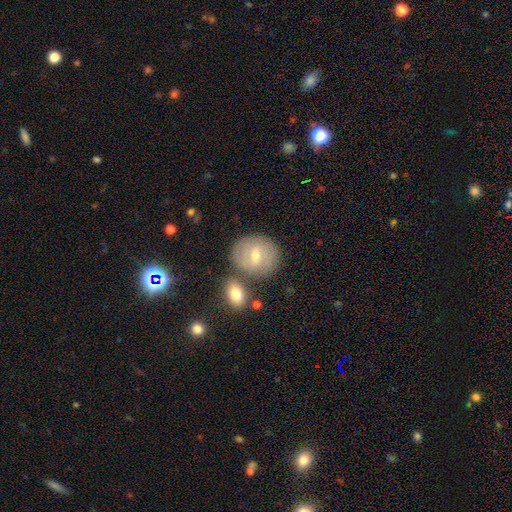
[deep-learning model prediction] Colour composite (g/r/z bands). It shows a featured or disk galaxy (45%, tied with smooth). Merging: none (72%).